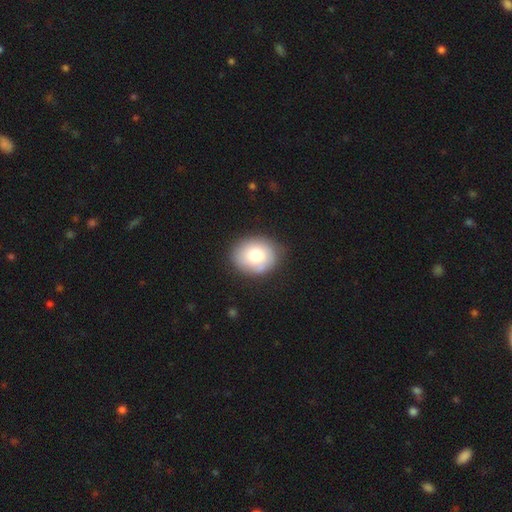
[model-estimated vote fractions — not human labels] Q: Smooth or featured?
A: smooth (76%); runner-up: featured or disk (17%)
Q: How rounded?
A: round (56%); runner-up: in between (43%)
Q: Merging?
A: none (80%); runner-up: minor disturbance (15%)